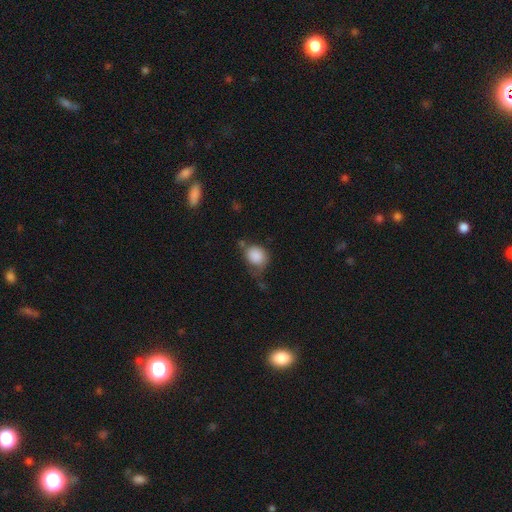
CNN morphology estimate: A smooth galaxy with no disk features (85%) that is round (69%). Merging: none (41%).